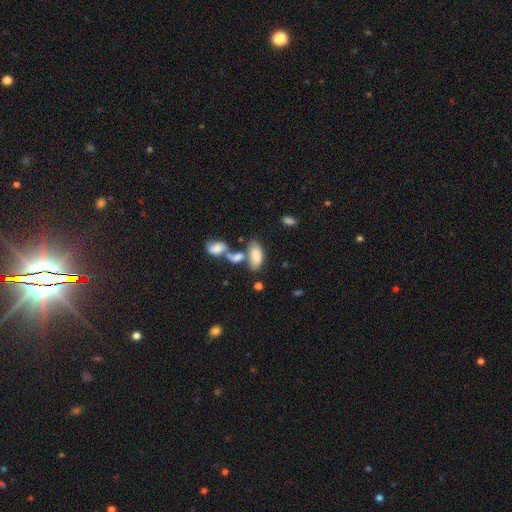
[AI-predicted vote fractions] smooth 80%, featured or disk 12%, star or artifact 7%. Down the decision tree: how rounded — in between (92%); merging — none (40%).